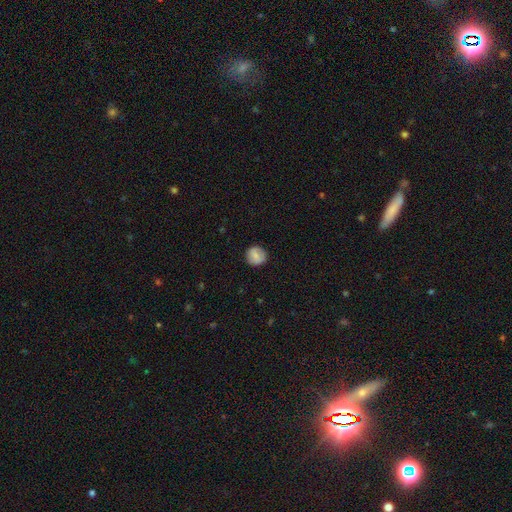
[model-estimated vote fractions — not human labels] Q: Smooth or featured?
A: smooth (77%); runner-up: featured or disk (16%)
Q: How rounded?
A: round (89%); runner-up: in between (10%)
Q: Merging?
A: none (88%); runner-up: minor disturbance (9%)